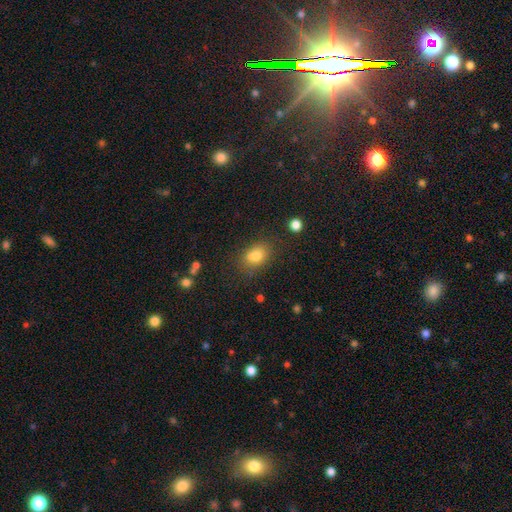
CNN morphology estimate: smooth 77%, star or artifact 13%, featured or disk 10%. Down the decision tree: how rounded — in between (66%); merging — none (68%).